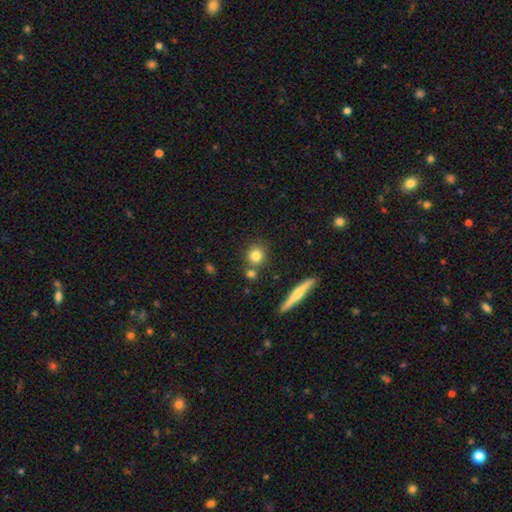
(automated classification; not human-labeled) A smooth galaxy with no disk features (79%) that is round (86%).

Vote fractions:
- Smooth or featured? smooth: 79% / featured or disk: 11% / star or artifact: 10%
- How rounded? round: 86% / in between: 11% / cigar-shaped: 3%
- Merging? none: 74% / merger: 14% / minor disturbance: 9% / major disturbance: 3%